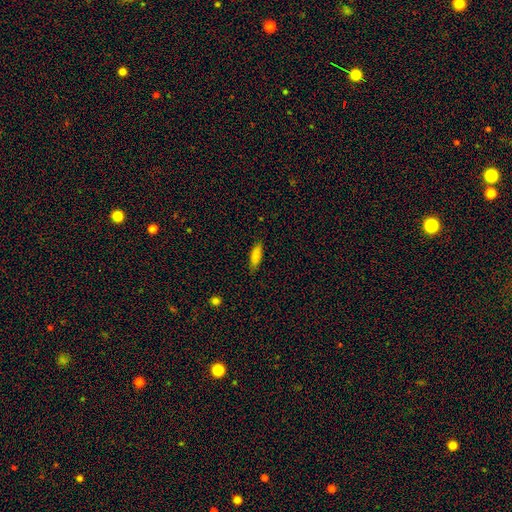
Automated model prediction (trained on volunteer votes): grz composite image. It shows a smooth galaxy with no disk features (83%) that is cigar-shaped (50%). Merging: none (83%).